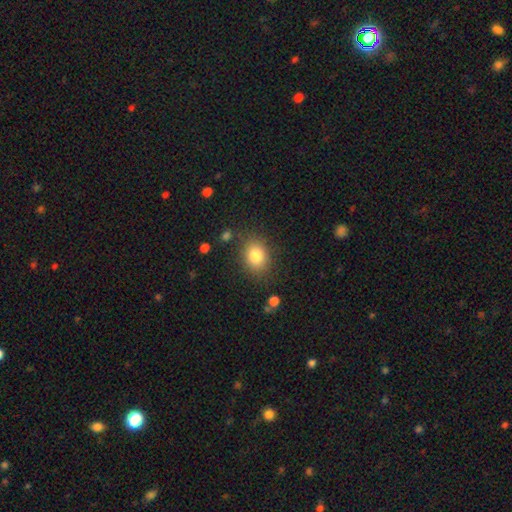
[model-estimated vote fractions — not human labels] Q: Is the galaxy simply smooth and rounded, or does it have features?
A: smooth — 82%.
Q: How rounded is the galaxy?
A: in between — 55%.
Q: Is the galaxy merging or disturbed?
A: none — 83%.